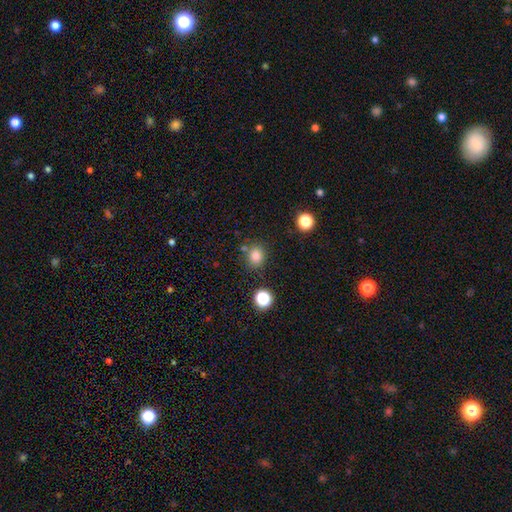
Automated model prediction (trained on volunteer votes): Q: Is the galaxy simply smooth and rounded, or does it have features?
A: smooth — 81%.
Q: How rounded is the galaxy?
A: round — 71%.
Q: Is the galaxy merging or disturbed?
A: none — 77%.